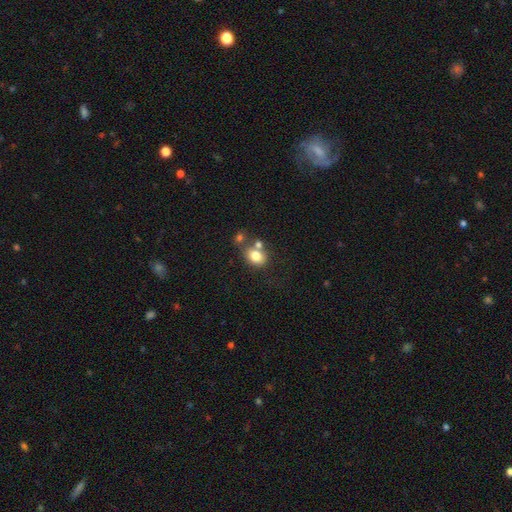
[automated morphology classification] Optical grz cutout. It shows a smooth galaxy with no disk features (78%) that is round (50%). Merging: none (51%).